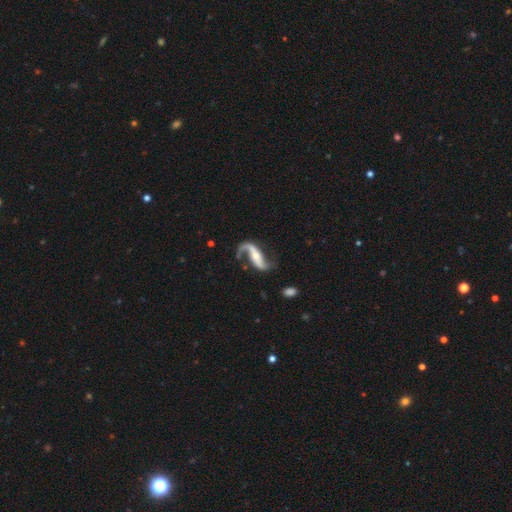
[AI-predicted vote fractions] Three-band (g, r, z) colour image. It shows a featured or disk galaxy (89%) with a strong bar (43%), 2 (84%) loose (80%) spiral arms (96%) and a small central bulge (46%). Merging: none (64%).